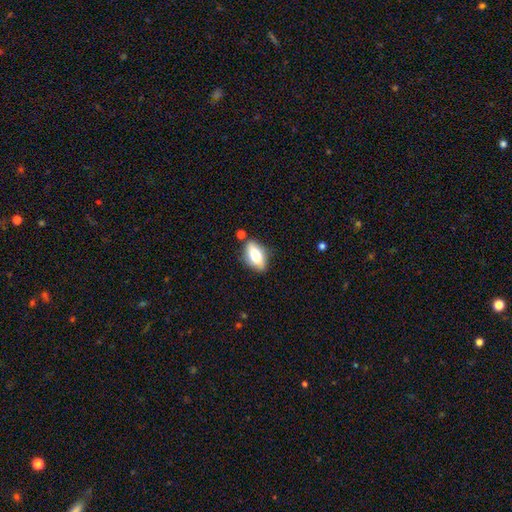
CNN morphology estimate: Smooth or featured? smooth (66%)
How rounded? in between (84%)
Merging? none (78%)